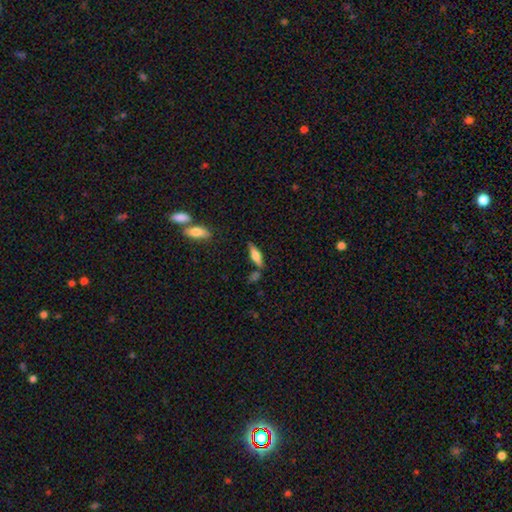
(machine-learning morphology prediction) Q: Smooth or featured?
A: smooth (63%); runner-up: featured or disk (30%)
Q: How rounded?
A: cigar-shaped (54%); runner-up: in between (44%)
Q: Merging?
A: none (75%); runner-up: minor disturbance (14%)